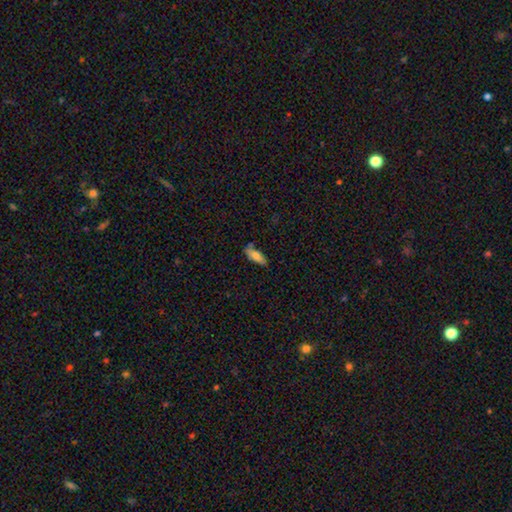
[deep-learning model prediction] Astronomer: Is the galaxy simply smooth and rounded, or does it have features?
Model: smooth — 76%.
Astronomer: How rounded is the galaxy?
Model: in between — 63%.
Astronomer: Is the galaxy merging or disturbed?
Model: none — 67%.